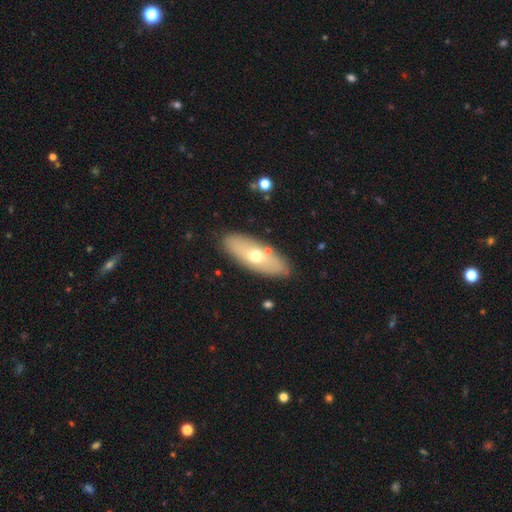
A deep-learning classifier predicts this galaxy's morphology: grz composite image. It shows a smooth galaxy with no disk features (53%) that is in between round and cigar-shaped (70%). Merging: none (86%).